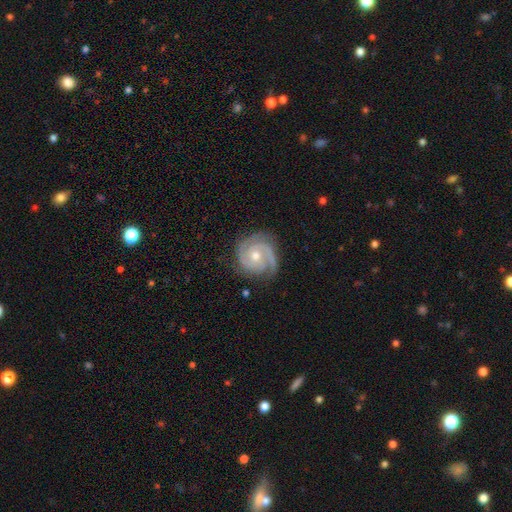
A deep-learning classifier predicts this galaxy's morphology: A featured or disk galaxy (90%) with no bar (67%), 2 (64%) tight (64%) spiral arms (98%) and a moderate central bulge (63%). Merging: none (80%).